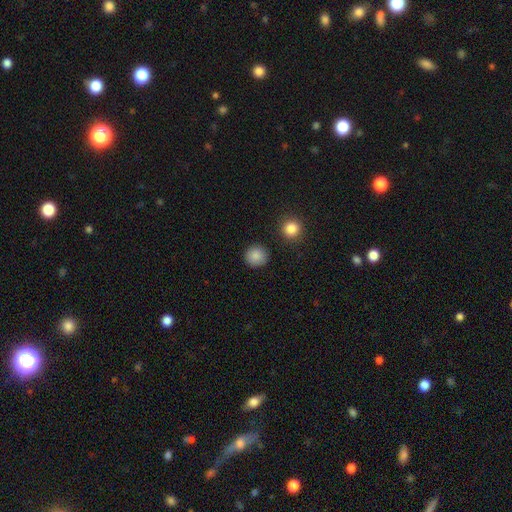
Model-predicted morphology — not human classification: Overall: smooth (87%). How rounded: round (93%). Merging: none (90%).